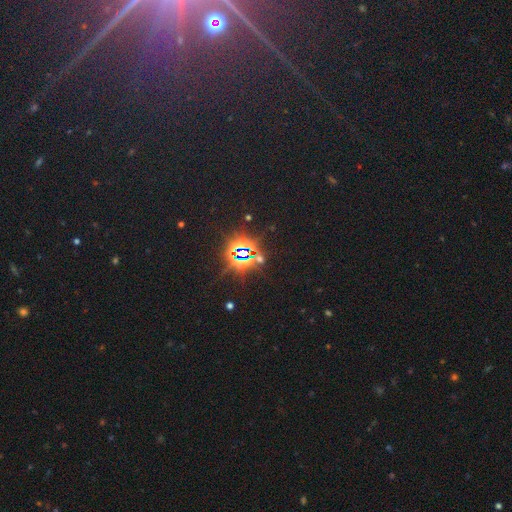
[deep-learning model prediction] The model was most divided on "smooth or featured": star or artifact: 83%, smooth: 9%, featured or disk: 8%.